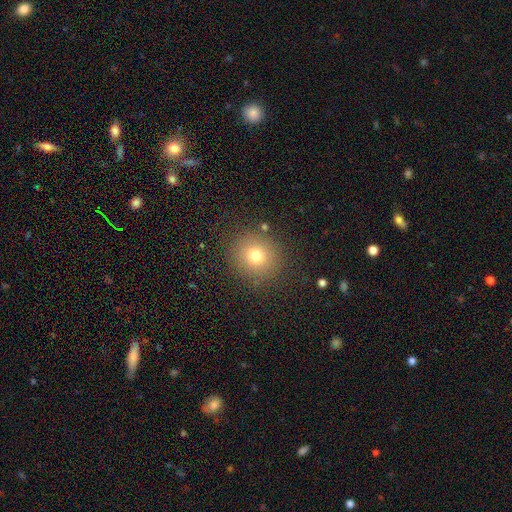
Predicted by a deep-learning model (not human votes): Overall: smooth (74%). How rounded: round (88%). Merging: none (87%).